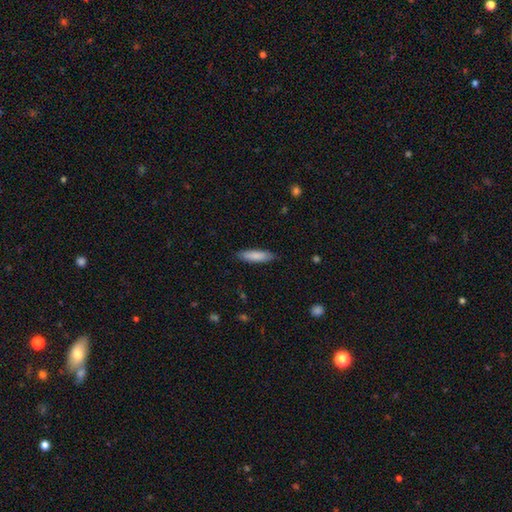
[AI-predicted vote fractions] smooth-or-featured: smooth: 84% | featured or disk: 10% | star or artifact: 6%
  how-rounded: cigar-shaped: 69% | in between: 30% | round: 1%
  merging: none: 86% | minor disturbance: 11% | major disturbance: 2% | merger: 1%